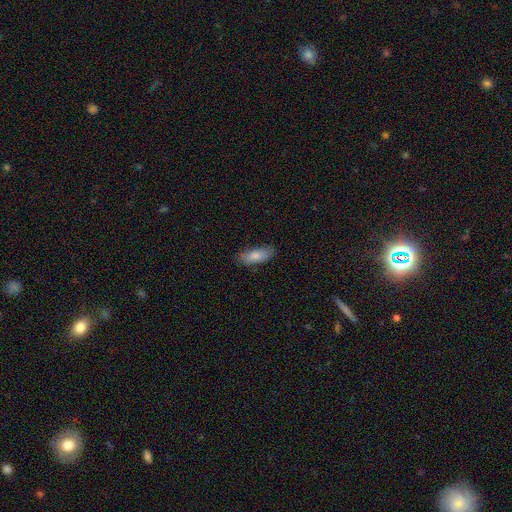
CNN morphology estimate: smooth_or_featured: smooth (p=0.81) [alt: featured or disk p=0.13]
how_rounded: in between (p=0.74) [alt: cigar-shaped p=0.24]
merging: none (p=0.82) [alt: minor disturbance p=0.14]